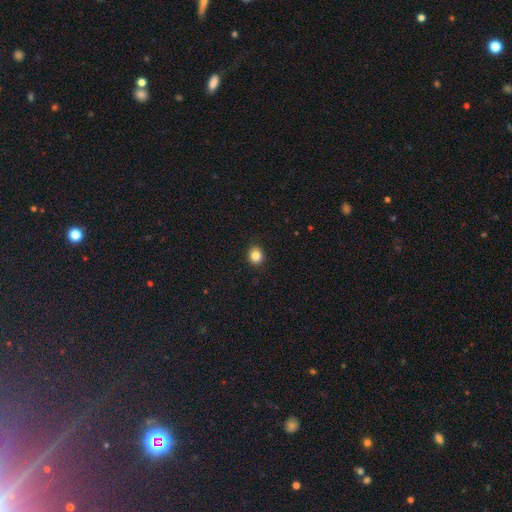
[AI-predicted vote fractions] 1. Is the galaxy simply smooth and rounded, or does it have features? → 84% smooth, 11% star or artifact, 5% featured or disk.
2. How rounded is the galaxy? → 75% round, 24% in between, 1% cigar-shaped.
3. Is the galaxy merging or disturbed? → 90% none, 7% minor disturbance, 2% major disturbance, 1% merger.